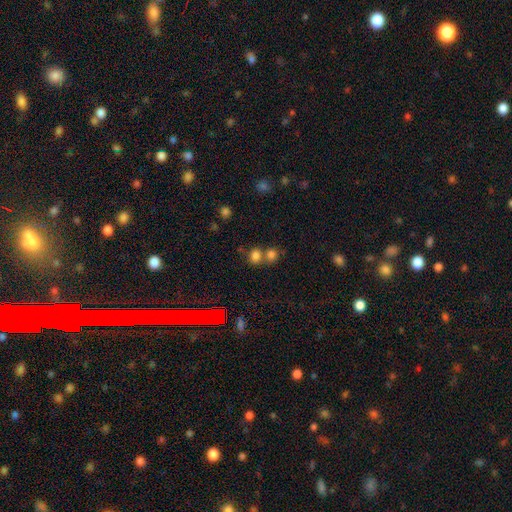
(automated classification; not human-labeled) The model was most divided on "merging": merger: 45%, none: 44%, minor disturbance: 8%, major disturbance: 4%. More confident: smooth or featured — smooth (76%); how rounded — round (55%).